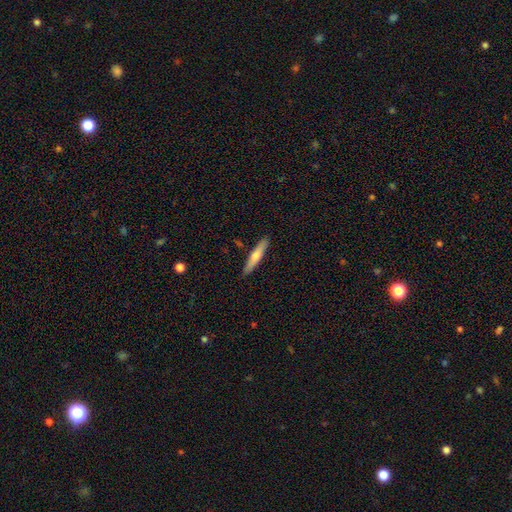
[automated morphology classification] Smooth or featured? smooth (57%)
How rounded? cigar-shaped (89%)
Merging? none (90%)